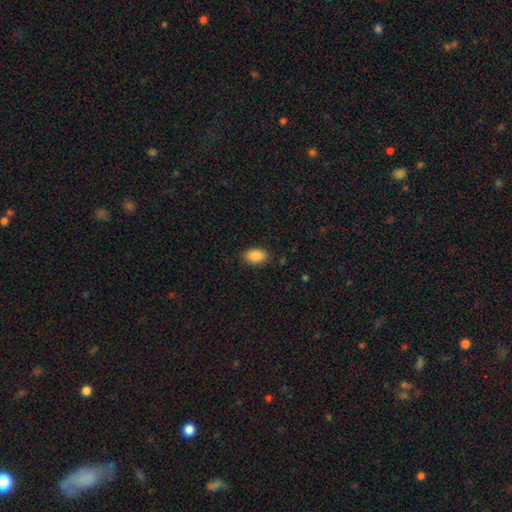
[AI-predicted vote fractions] Smooth or featured: smooth — 89% (star or artifact — 7%)
How rounded: in between — 90% (round — 9%)
Merging: none — 87% (minor disturbance — 9%)